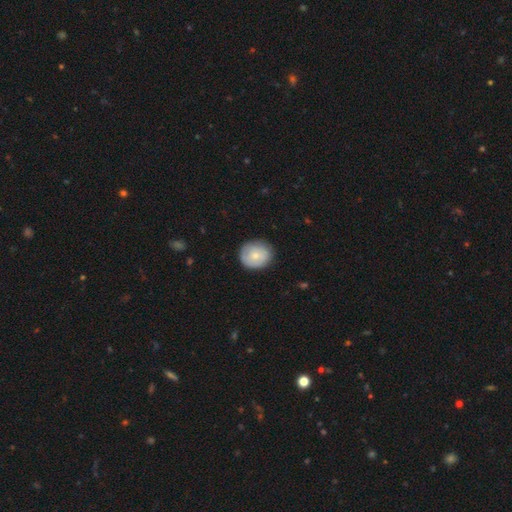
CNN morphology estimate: This is likely a smooth galaxy (73%). How rounded: likely round (77%). Merging: likely none (80%).